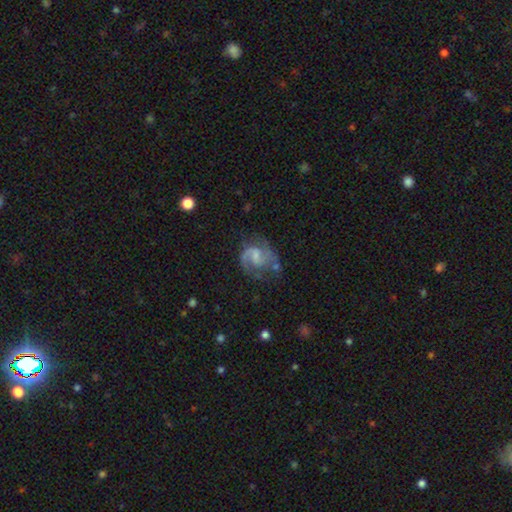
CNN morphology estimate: This is likely a featured or disk galaxy (77%). It is clearly not viewed edge-on (98%). Bar: possibly weak (51%). Spiral arm pattern: clearly yes (91%). Spiral arm count: likely 2 (70%). Spiral winding: possibly medium (51%). Central bulge: marginally small (39%). Merging: possibly none (50%).